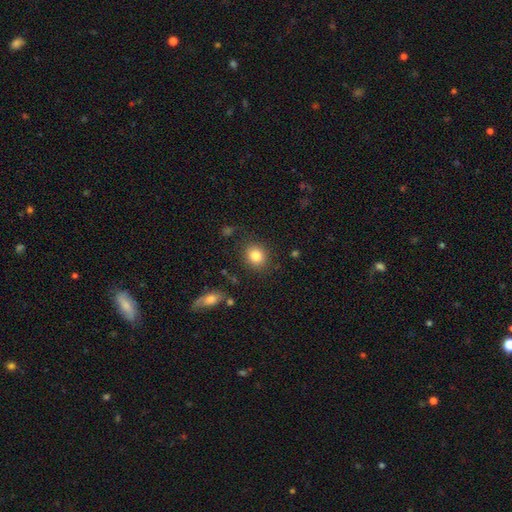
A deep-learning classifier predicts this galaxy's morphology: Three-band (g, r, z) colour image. It shows a smooth galaxy with no disk features (83%) that is round (75%). Merging: none (86%).